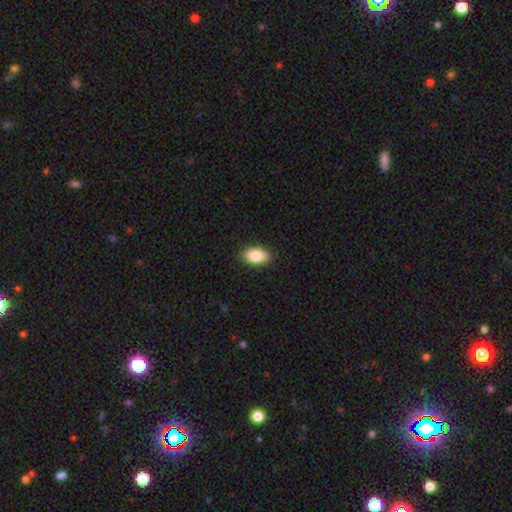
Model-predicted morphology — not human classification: The model was most divided on "smooth or featured": smooth: 86%, featured or disk: 7%, star or artifact: 7%. More confident: how rounded — in between (93%); merging — none (90%).